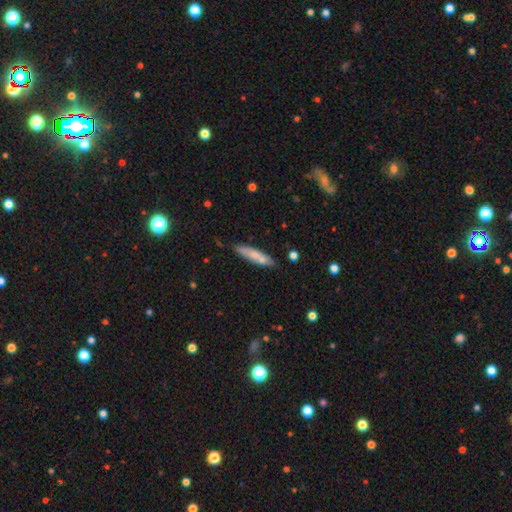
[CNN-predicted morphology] smooth_or_featured: smooth (p=0.67) [alt: featured or disk p=0.27]
how_rounded: cigar-shaped (p=0.79) [alt: in between p=0.19]
merging: none (p=0.72) [alt: minor disturbance p=0.16]